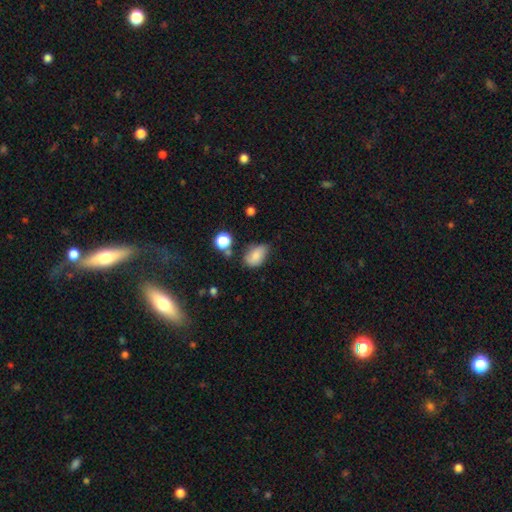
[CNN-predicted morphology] Smooth or featured: smooth — 80% (star or artifact — 10%)
How rounded: in between — 82% (round — 16%)
Merging: none — 55% (minor disturbance — 33%)